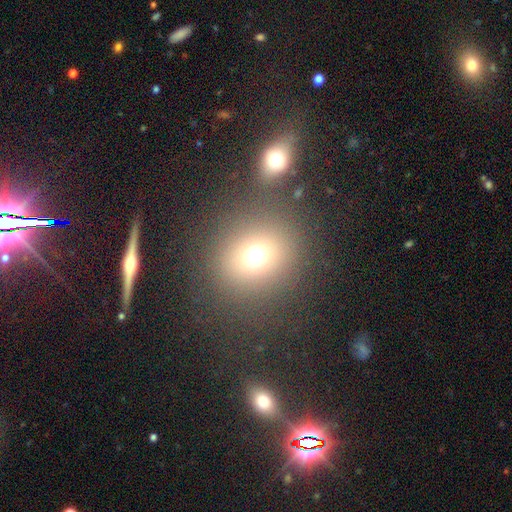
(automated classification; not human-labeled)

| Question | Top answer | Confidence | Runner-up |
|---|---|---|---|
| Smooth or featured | smooth | 69% | star or artifact (21%) |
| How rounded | round | 82% | in between (17%) |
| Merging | none | 74% | merger (11%) |